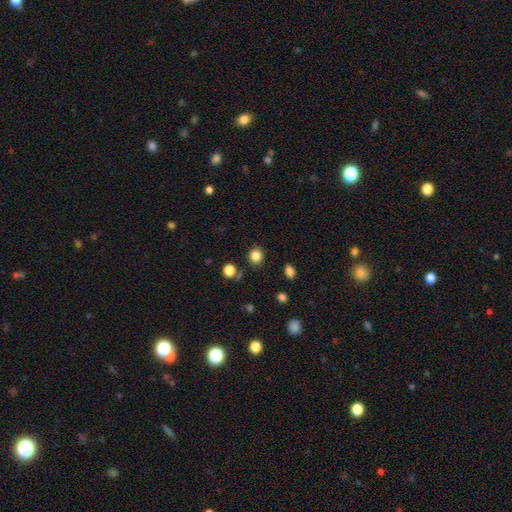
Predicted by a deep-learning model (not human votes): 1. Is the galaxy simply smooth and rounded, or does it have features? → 84% smooth, 12% star or artifact, 5% featured or disk.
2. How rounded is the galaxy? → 83% round, 16% in between, 1% cigar-shaped.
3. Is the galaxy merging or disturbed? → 86% none, 8% minor disturbance, 3% merger, 3% major disturbance.